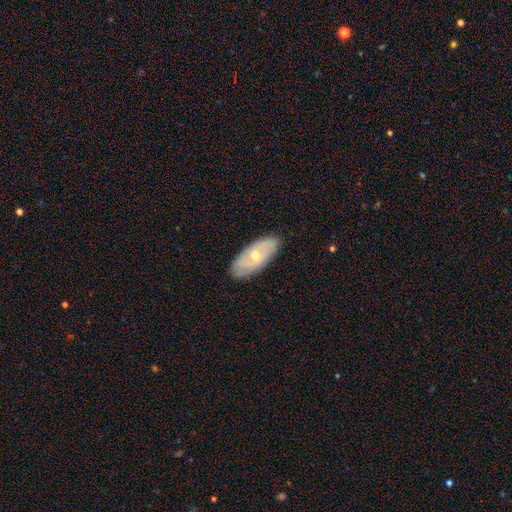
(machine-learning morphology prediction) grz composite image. It shows a featured or disk galaxy (57%). Merging: none (84%).